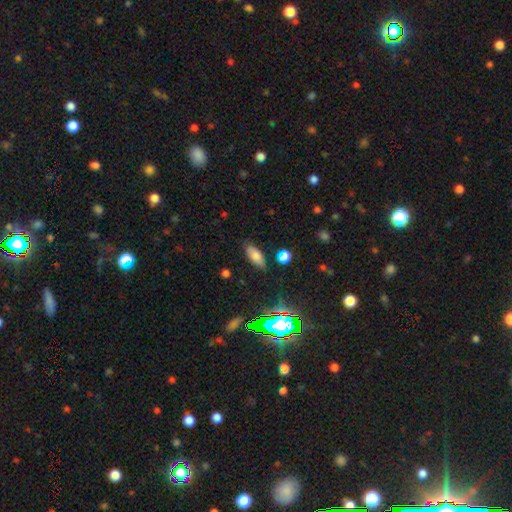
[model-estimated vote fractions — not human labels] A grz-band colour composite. It shows a smooth galaxy with no disk features (76%) that is in between round and cigar-shaped (80%). Merging: none (83%).